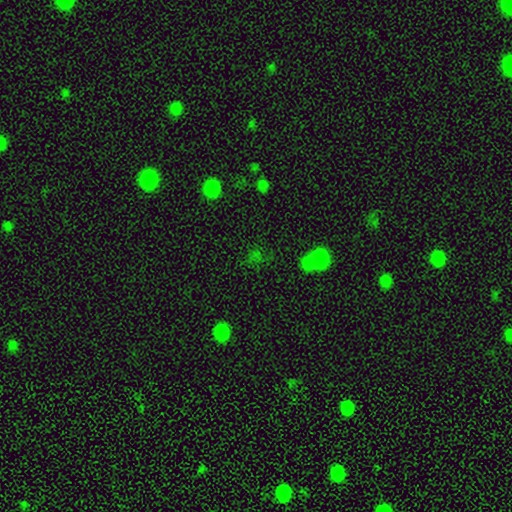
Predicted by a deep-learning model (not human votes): Smooth or featured? Predicted: smooth (p=0.53). How rounded? Predicted: round (p=0.75). Merging? Predicted: none (p=0.53).